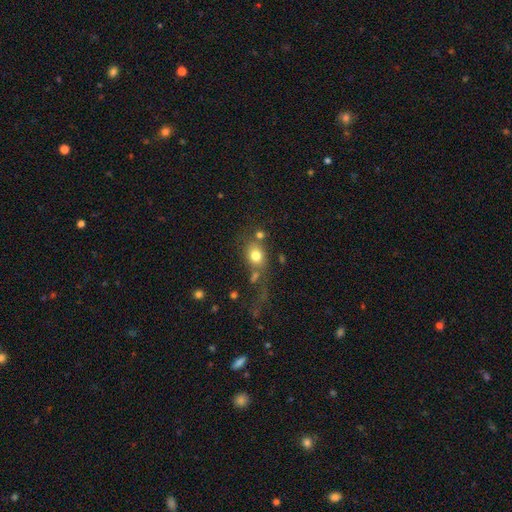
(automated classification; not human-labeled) Overall: smooth (77%). How rounded: round (49%, tied with in between). Merging: none (52%; merger 18%).